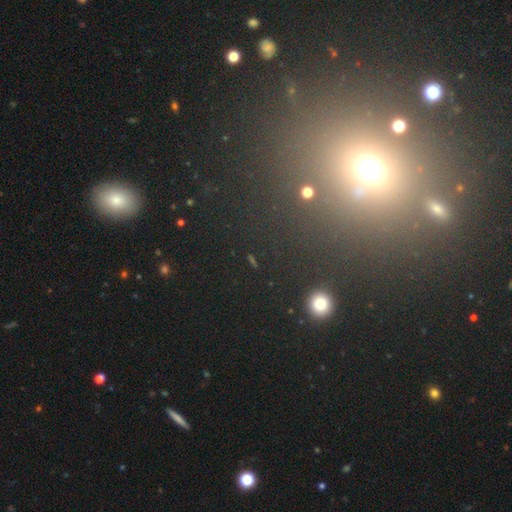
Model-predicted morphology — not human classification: type=star or artifact (53%).